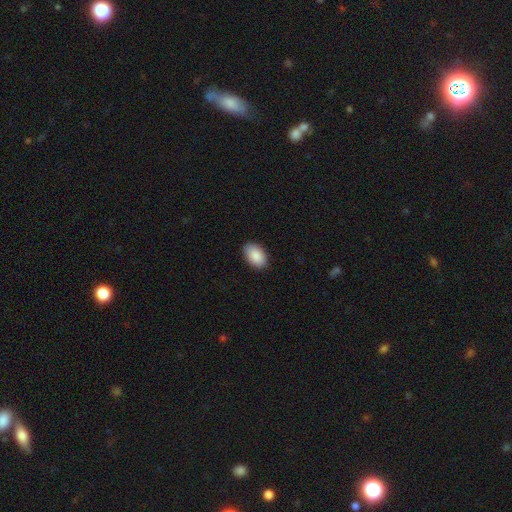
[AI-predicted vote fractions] A smooth galaxy with no disk features (90%) that is in between round and cigar-shaped (92%). Merging: none (88%).